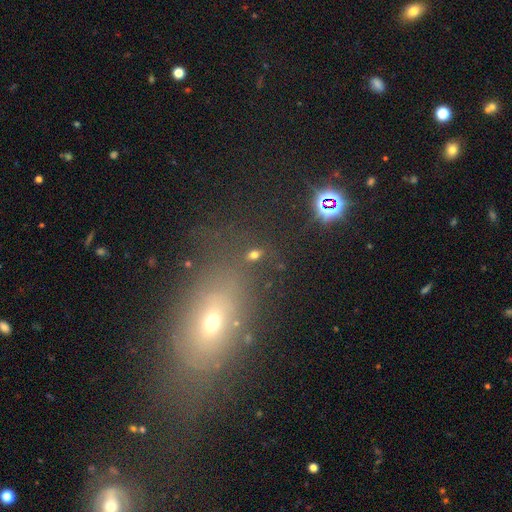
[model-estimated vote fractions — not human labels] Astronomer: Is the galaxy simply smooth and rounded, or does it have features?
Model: smooth — 52% (runner-up: star or artifact, 27%).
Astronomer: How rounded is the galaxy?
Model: in between — 69%.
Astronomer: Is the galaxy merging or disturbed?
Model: none — 69%.